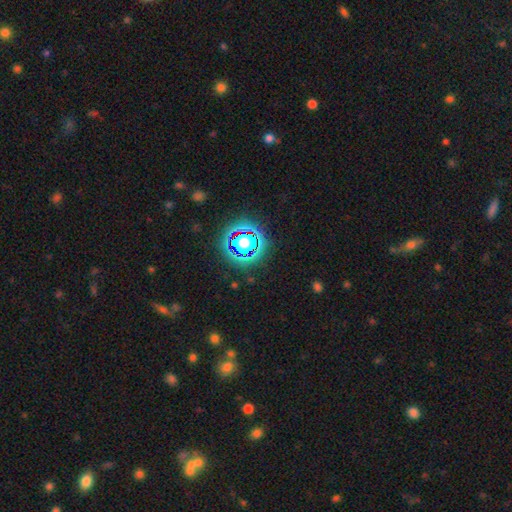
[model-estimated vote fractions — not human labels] Smooth or featured? Predicted: star or artifact (p=0.76).